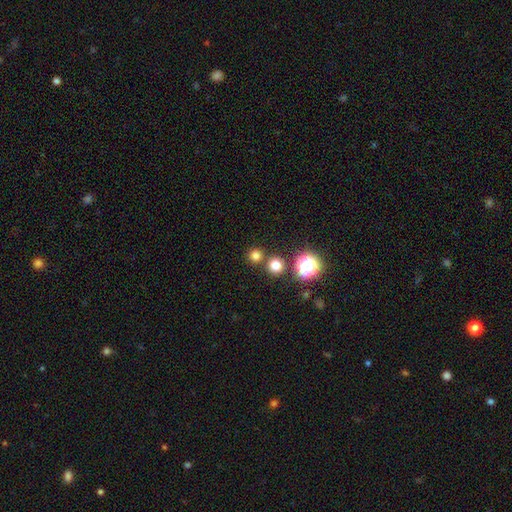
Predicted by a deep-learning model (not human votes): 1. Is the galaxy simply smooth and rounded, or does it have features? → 75% smooth, 20% star or artifact, 5% featured or disk.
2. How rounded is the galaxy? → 94% round, 5% in between, 1% cigar-shaped.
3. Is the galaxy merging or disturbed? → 76% none, 17% merger, 5% minor disturbance, 2% major disturbance.